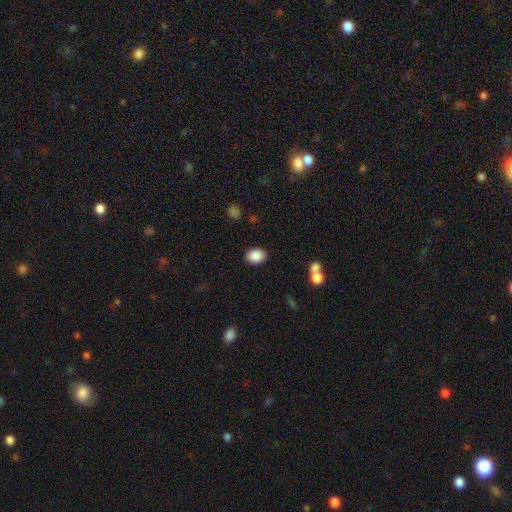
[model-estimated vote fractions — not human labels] This appears to be a smooth galaxy with no disk features (88%) that is in between round and cigar-shaped (72%). Merging: none (87%).